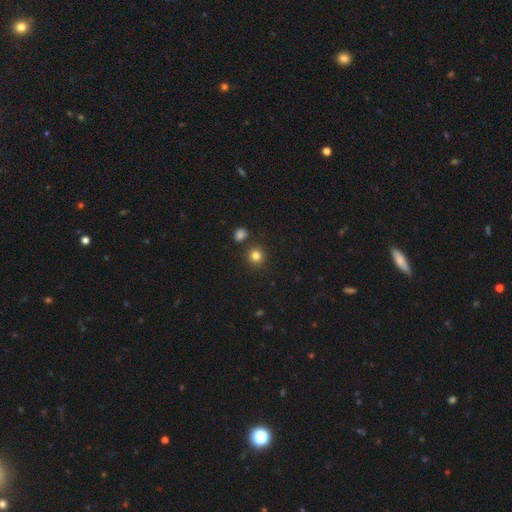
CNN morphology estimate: Smooth or featured? smooth (81%)
How rounded? round (92%)
Merging? none (86%)